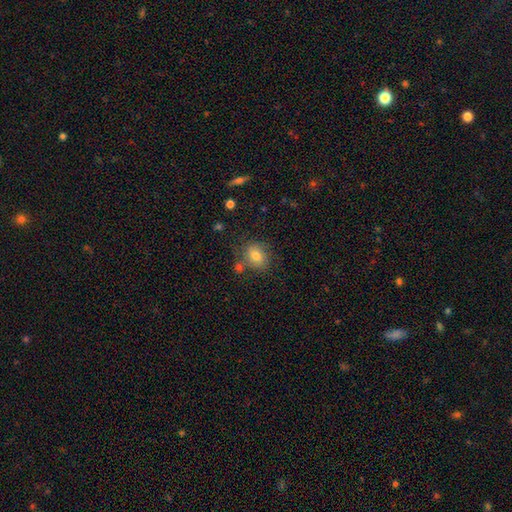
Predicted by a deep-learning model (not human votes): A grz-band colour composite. It shows a smooth galaxy with no disk features (72%) that is round (54%). Merging: none (68%).